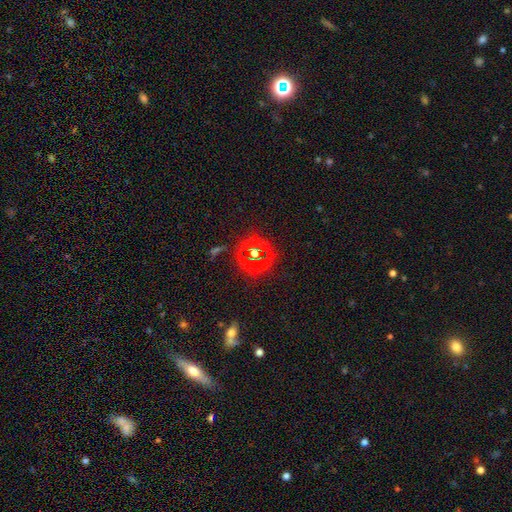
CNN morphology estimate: Smooth or featured? Predicted: star or artifact (p=0.70).